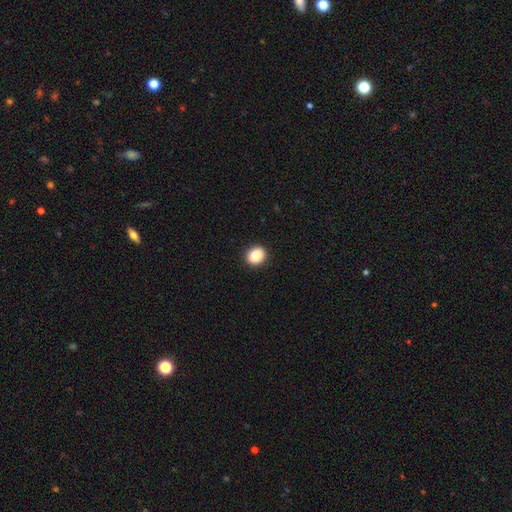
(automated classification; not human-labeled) This appears to be a smooth galaxy with no disk features (86%) that is round (69%). Merging: none (91%).